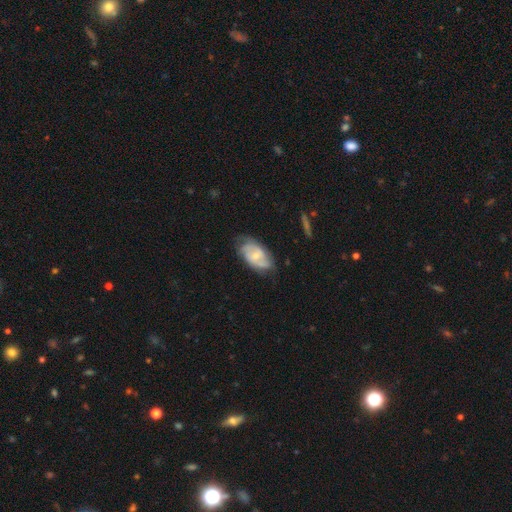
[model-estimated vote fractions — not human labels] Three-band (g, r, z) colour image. It shows a featured or disk galaxy (66%) with a weak bar (47%), 2 (61%) medium (46%) spiral arms (87%) and a small central bulge (54%). Merging: none (63%).